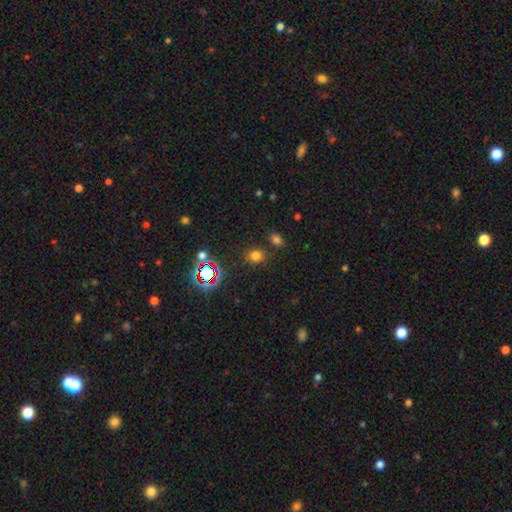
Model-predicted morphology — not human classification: A smooth galaxy with no disk features (68%) that is round (61%).

Vote fractions:
- Smooth or featured? smooth: 68% / star or artifact: 25% / featured or disk: 7%
- How rounded? round: 61% / in between: 38% / cigar-shaped: 1%
- Merging? none: 79% / minor disturbance: 11% / merger: 7% / major disturbance: 4%